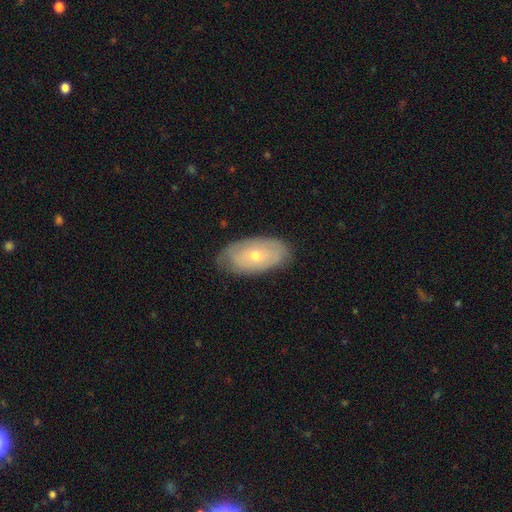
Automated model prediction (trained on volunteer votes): A smooth galaxy with no disk features (48%). Merging: none (74%).